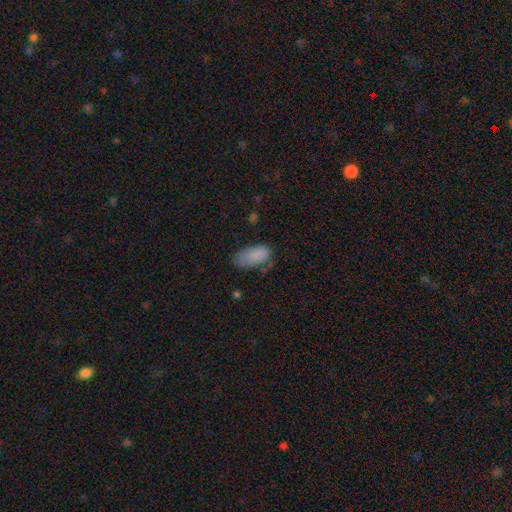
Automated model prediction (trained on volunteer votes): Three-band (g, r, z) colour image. It shows a smooth galaxy with no disk features (83%) that is in between round and cigar-shaped (92%). Merging: none (51%).